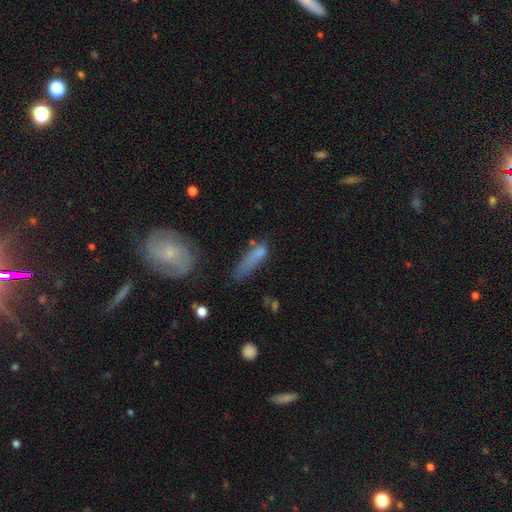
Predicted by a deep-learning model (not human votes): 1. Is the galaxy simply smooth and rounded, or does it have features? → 68% smooth, 22% featured or disk, 10% star or artifact.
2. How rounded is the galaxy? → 68% cigar-shaped, 29% in between, 4% round.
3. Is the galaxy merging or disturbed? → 45% none, 28% minor disturbance, 18% major disturbance, 10% merger.